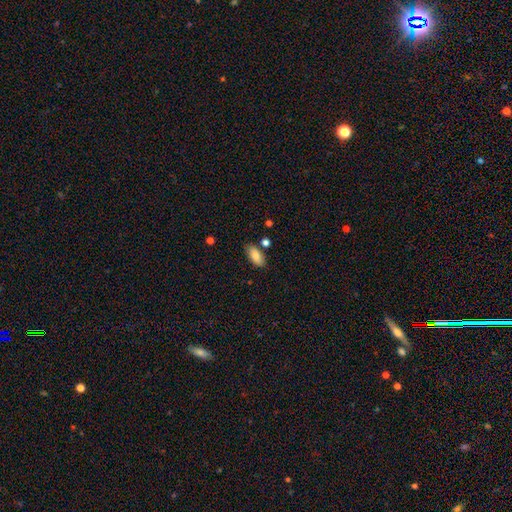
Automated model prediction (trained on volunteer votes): The model was most divided on "merging": none: 81%, minor disturbance: 12%, merger: 5%, major disturbance: 2%. More confident: how rounded — in between (90%); smooth or featured — smooth (81%).